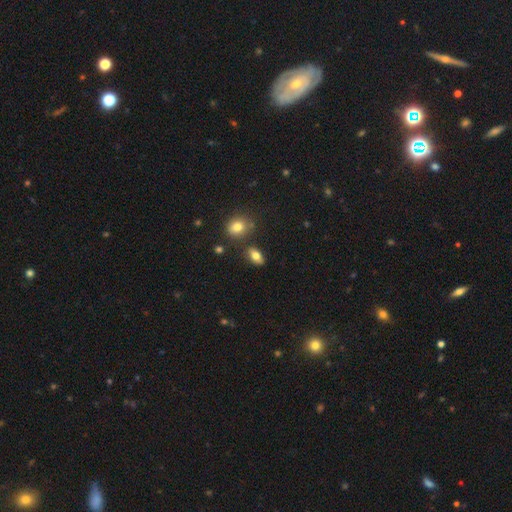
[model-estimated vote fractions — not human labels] A smooth galaxy with no disk features (76%) that is in between round and cigar-shaped (86%). Merging: none (80%).